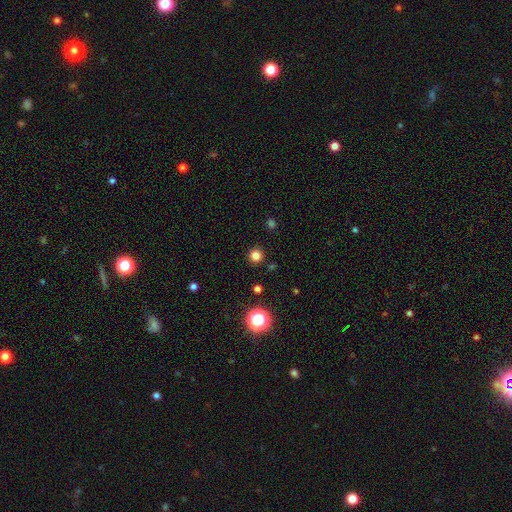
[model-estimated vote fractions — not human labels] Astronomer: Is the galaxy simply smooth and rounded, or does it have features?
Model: smooth — 80%.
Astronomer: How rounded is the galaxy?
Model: round — 95%.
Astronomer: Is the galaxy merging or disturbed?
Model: none — 91%.